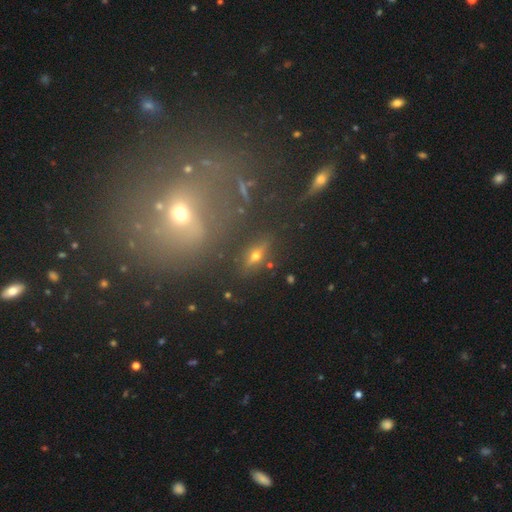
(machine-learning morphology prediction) smooth_or_featured: featured or disk (p=0.39) [alt: smooth p=0.38]
merging: none (p=0.81) [alt: minor disturbance p=0.10]